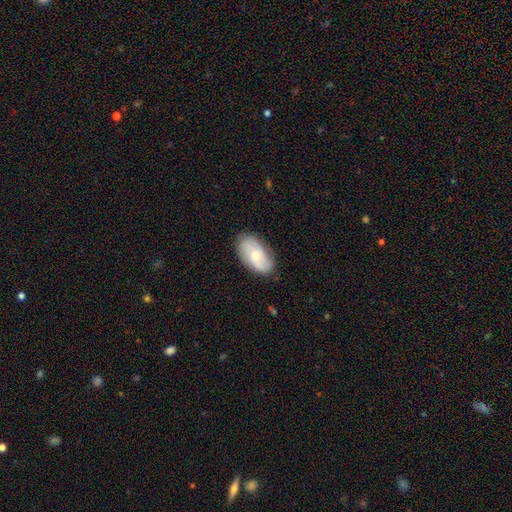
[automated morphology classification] A smooth galaxy with no disk features (56%) that is in between round and cigar-shaped (93%).

Vote fractions:
- Smooth or featured? smooth: 56% / featured or disk: 37% / star or artifact: 7%
- How rounded? in between: 93% / round: 5% / cigar-shaped: 2%
- Merging? none: 79% / minor disturbance: 16% / major disturbance: 4% / merger: 1%